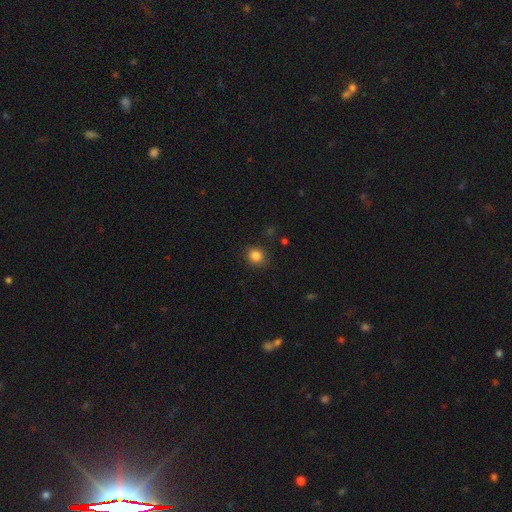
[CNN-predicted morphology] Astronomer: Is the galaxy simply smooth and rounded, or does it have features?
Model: smooth — 85%.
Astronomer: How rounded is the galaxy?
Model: round — 84%.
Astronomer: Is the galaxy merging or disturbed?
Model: none — 88%.